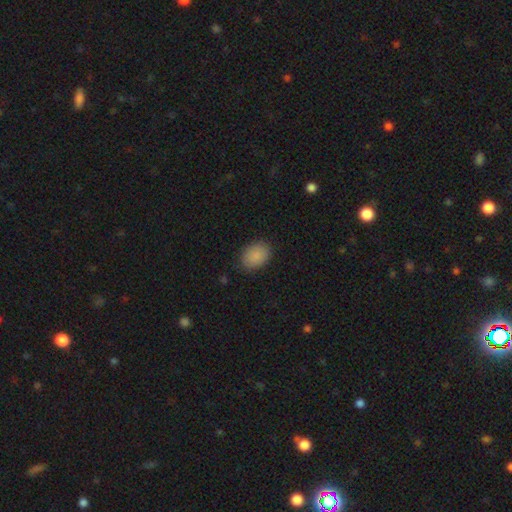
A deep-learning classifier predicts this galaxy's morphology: Smooth or featured: smooth — 87% (star or artifact — 8%)
How rounded: in between — 73% (round — 26%)
Merging: none — 84% (minor disturbance — 12%)